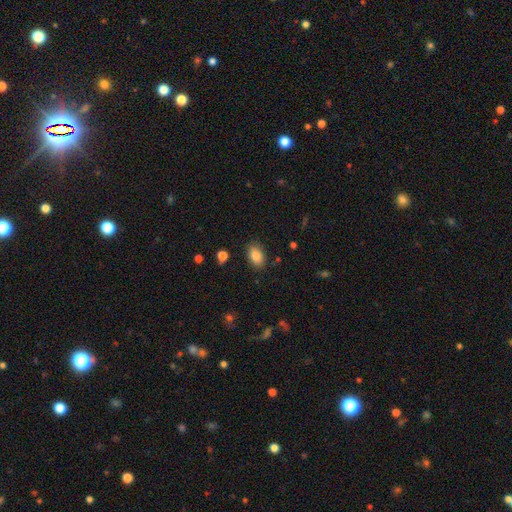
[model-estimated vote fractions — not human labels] smooth 85%, star or artifact 8%, featured or disk 7%. Down the decision tree: how rounded — in between (89%); merging — none (85%).